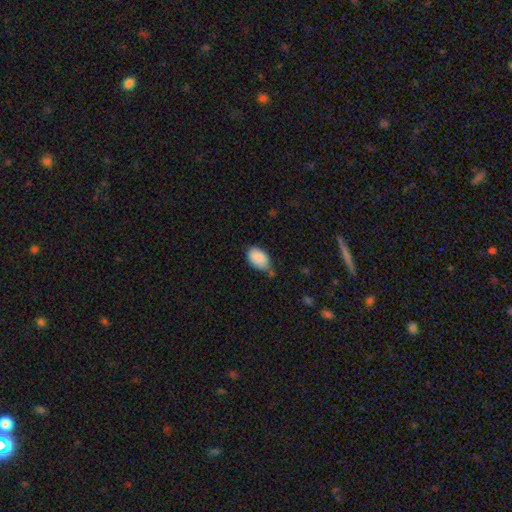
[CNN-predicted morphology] Smooth or featured?
  - smooth: 89% *
  - star or artifact: 7%
  - featured or disk: 4%
How rounded?
  - in between: 91% *
  - round: 7%
  - cigar-shaped: 1%
Merging?
  - none: 52% *
  - minor disturbance: 35%
  - major disturbance: 7%
  - merger: 6%